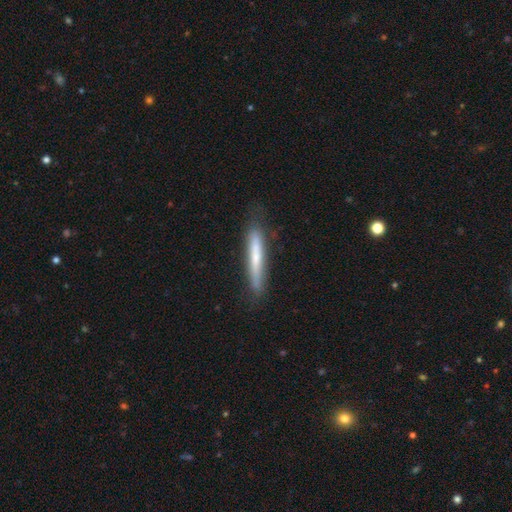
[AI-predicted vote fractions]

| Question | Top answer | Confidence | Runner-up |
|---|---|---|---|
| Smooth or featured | smooth | 57% | featured or disk (36%) |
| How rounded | cigar-shaped | 94% | in between (4%) |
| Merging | none | 80% | minor disturbance (15%) |